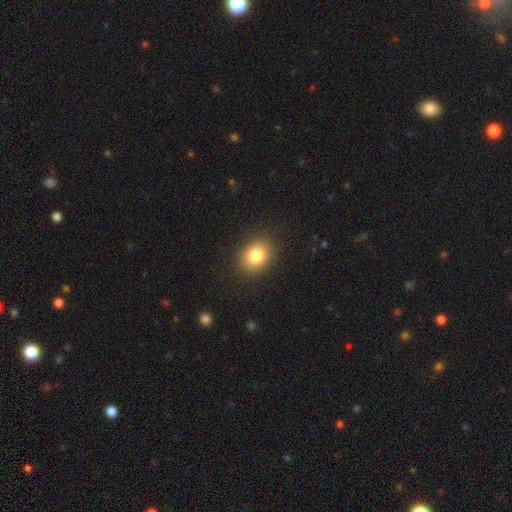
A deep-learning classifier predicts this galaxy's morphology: This is clearly a smooth galaxy (82%). How rounded: possibly in between (54%). Merging: clearly none (86%).